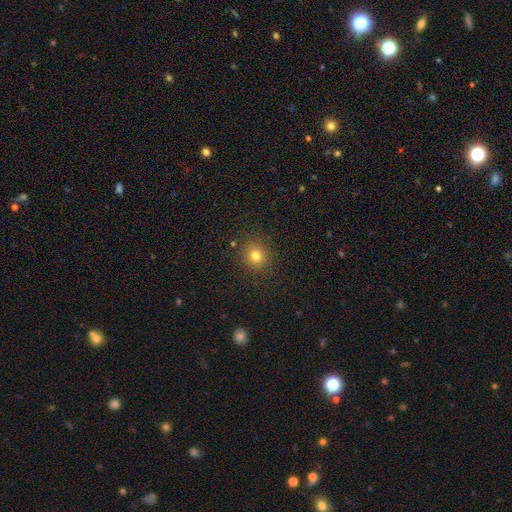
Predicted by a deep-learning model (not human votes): Smooth or featured: smooth — 78% (star or artifact — 15%)
How rounded: round — 86% (in between — 13%)
Merging: none — 89% (minor disturbance — 7%)